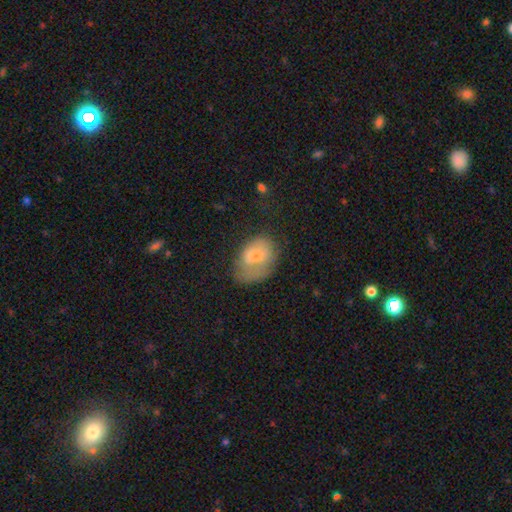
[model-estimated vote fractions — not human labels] Smooth or featured: smooth — 64% (featured or disk — 27%)
How rounded: in between — 76% (round — 22%)
Merging: minor disturbance — 32% (none — 31%)